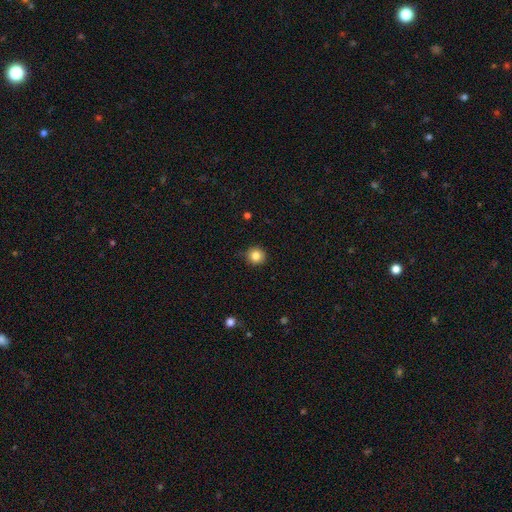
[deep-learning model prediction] Q: Smooth or featured?
A: smooth (83%); runner-up: star or artifact (11%)
Q: How rounded?
A: round (91%); runner-up: in between (8%)
Q: Merging?
A: none (87%); runner-up: minor disturbance (10%)